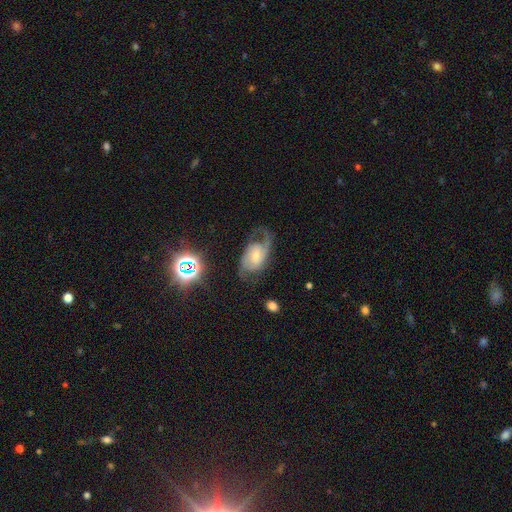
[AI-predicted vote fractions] Smooth or featured?
  - featured or disk: 78% *
  - smooth: 14%
  - star or artifact: 8%
Edge-on disk?
  - no: 96% *
  - yes: 4%
Bar?
  - no: 49% *
  - weak: 40%
  - strong: 10%
Spiral arms?
  - yes: 94% *
  - no: 6%
Spiral winding?
  - medium: 46% *
  - loose: 36%
  - tight: 18%
Spiral arm count?
  - 2: 73% *
  - 1: 16%
  - can't tell: 7%
  - 3: 2%
  - 4: 1%
  - more than 4: 1%
Bulge size?
  - small: 48% *
  - moderate: 41%
  - large: 6%
  - none: 3%
  - dominant: 2%
Merging?
  - none: 56% *
  - major disturbance: 22%
  - minor disturbance: 20%
  - merger: 2%